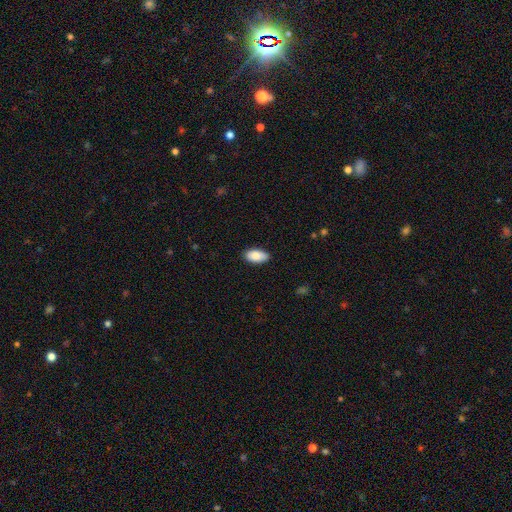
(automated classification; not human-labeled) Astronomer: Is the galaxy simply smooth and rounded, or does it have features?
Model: smooth — 84%.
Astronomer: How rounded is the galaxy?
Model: in between — 94%.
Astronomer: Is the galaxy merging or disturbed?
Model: none — 88%.